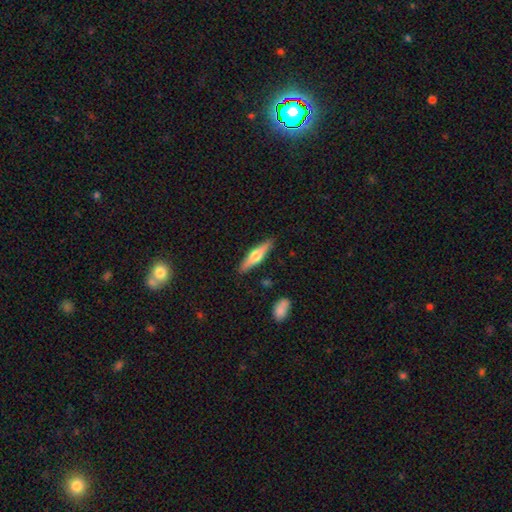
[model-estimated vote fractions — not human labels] featured or disk 52%, smooth 42%, star or artifact 5%. Down the decision tree: edge-on disk — yes (95%); merging — none (88%).